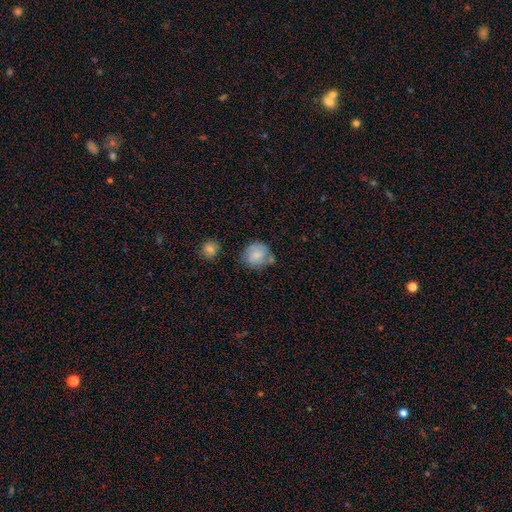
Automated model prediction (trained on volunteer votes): The model was most divided on "merging": none: 56%, minor disturbance: 25%, merger: 11%, major disturbance: 8%. More confident: how rounded — round (77%); smooth or featured — smooth (69%).